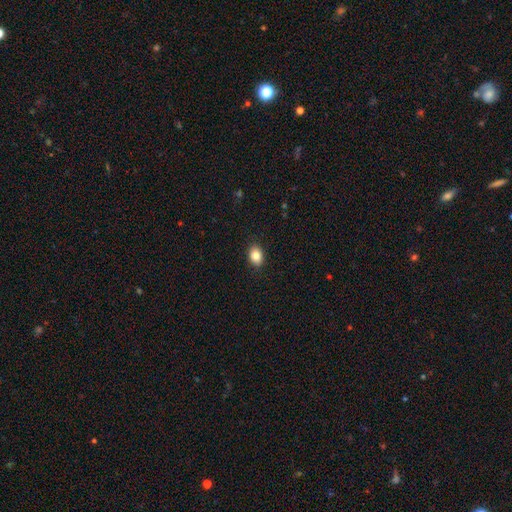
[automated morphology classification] Overall: smooth (84%). How rounded: in between (76%). Merging: none (89%).